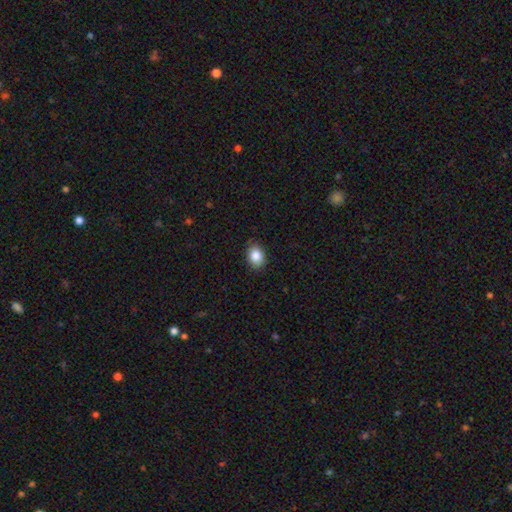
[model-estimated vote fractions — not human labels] This is clearly a smooth galaxy (86%). How rounded: likely in between (68%). Merging: clearly none (85%).